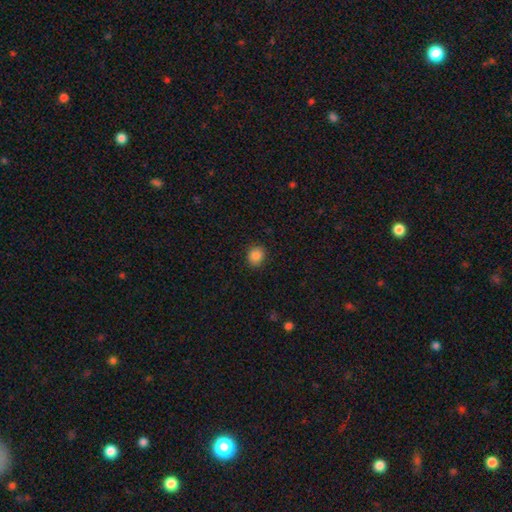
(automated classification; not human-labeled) smooth 87%, star or artifact 10%, featured or disk 4%. Down the decision tree: how rounded — round (74%); merging — none (87%).